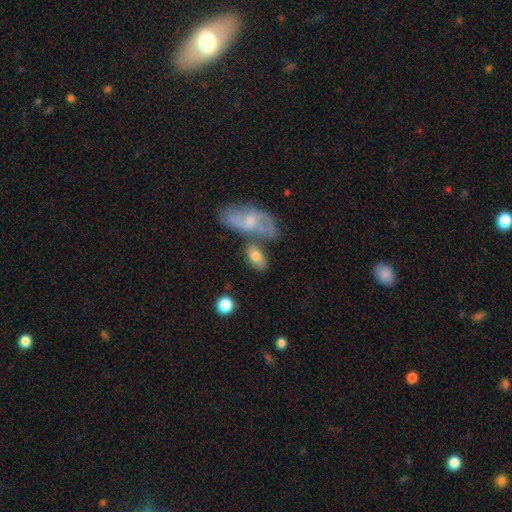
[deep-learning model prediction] A smooth galaxy with no disk features (68%) that is in between round and cigar-shaped (87%).

Vote fractions:
- Smooth or featured? smooth: 68% / featured or disk: 25% / star or artifact: 7%
- How rounded? in between: 87% / round: 7% / cigar-shaped: 6%
- Merging? none: 45% / merger: 30% / minor disturbance: 17% / major disturbance: 7%